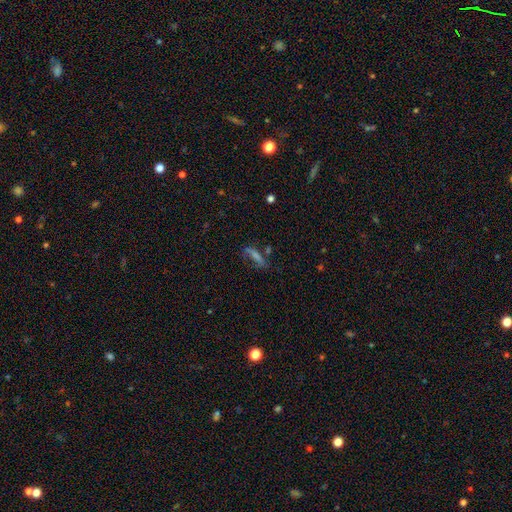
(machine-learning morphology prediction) The model was most divided on "smooth or featured": smooth: 40%, featured or disk: 38%, star or artifact: 22%. More confident: merging — none (58%).